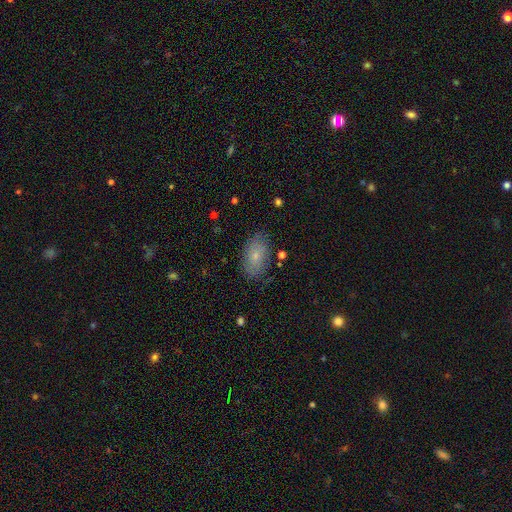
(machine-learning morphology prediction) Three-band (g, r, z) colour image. It shows a smooth galaxy with no disk features (65%) that is in between round and cigar-shaped (91%). Merging: none (76%).